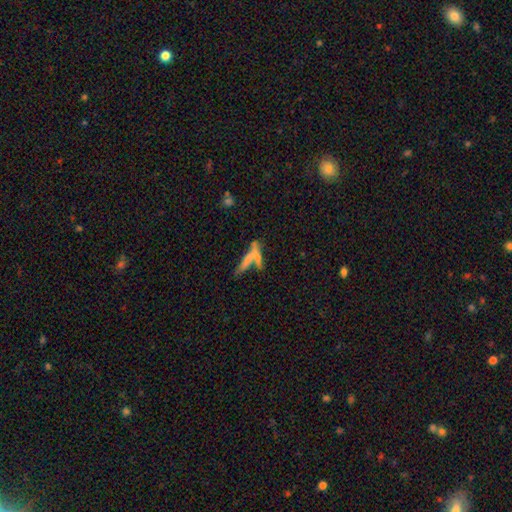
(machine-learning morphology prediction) A smooth galaxy with no disk features (57%) that is cigar-shaped (82%). Merging: merger (43%).